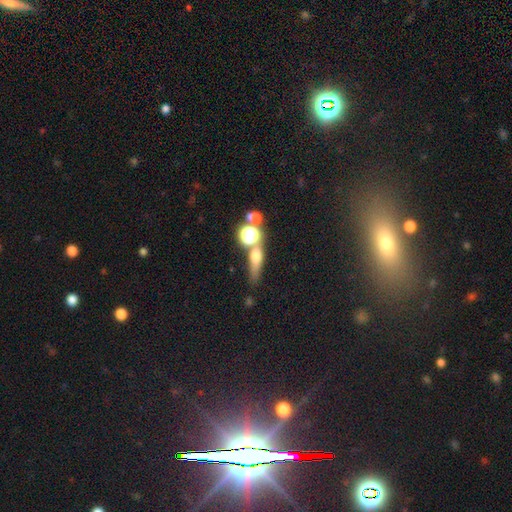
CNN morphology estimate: A smooth galaxy with no disk features (51%) that is cigar-shaped (40%). Merging: none (54%).